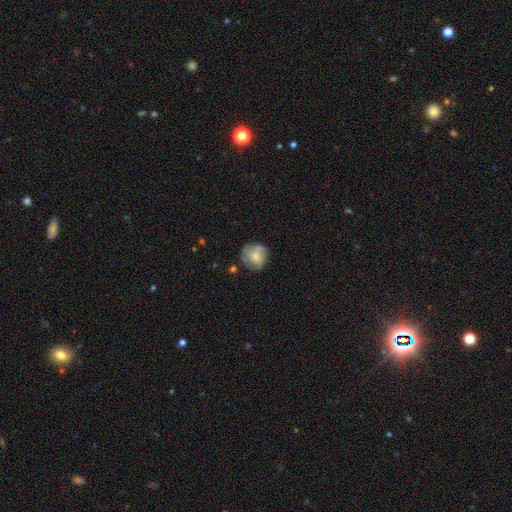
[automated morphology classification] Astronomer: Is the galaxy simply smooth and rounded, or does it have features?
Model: smooth — 69%.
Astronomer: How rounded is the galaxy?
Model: round — 86%.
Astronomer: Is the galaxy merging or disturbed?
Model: none — 66%.